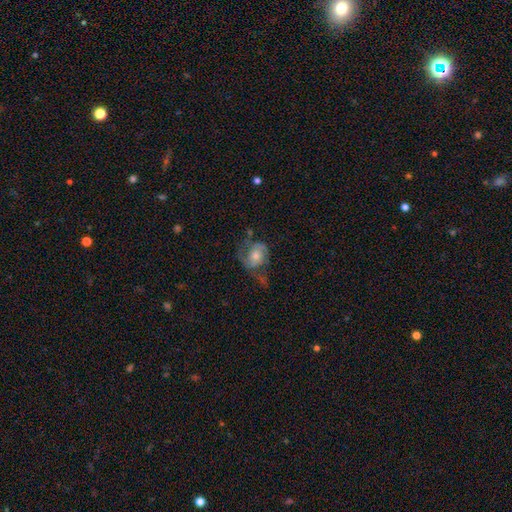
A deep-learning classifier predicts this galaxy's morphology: type=featured or disk (53%); edge-on=no (97%); bar=no (72%); spiral arms=yes (74%); bulge=moderate (57%); merging=none (38%).